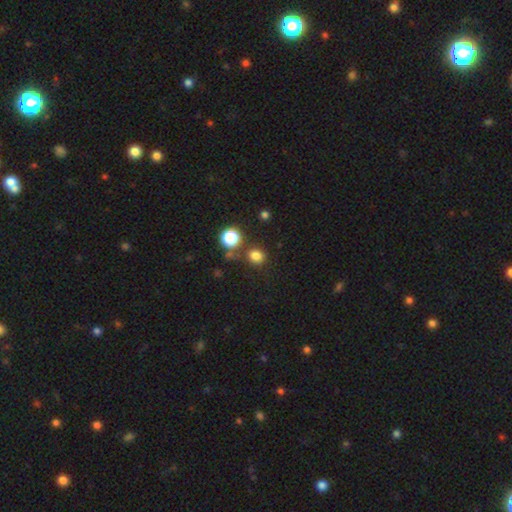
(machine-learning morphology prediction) Q: Smooth or featured?
A: smooth (80%); runner-up: star or artifact (15%)
Q: How rounded?
A: round (83%); runner-up: in between (16%)
Q: Merging?
A: none (77%); runner-up: merger (10%)